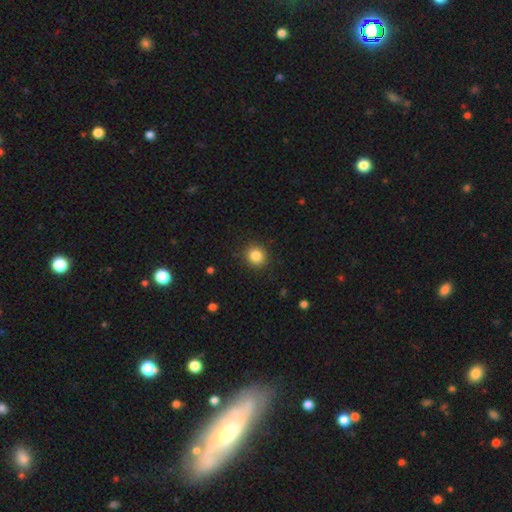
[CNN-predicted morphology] Smooth or featured? Predicted: smooth (p=0.85). How rounded? Predicted: round (p=0.87). Merging? Predicted: none (p=0.90).